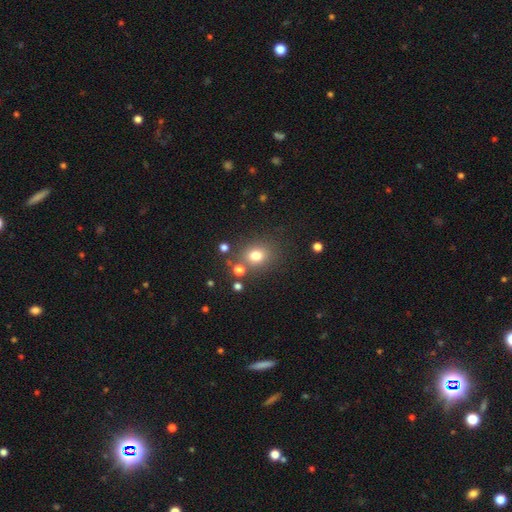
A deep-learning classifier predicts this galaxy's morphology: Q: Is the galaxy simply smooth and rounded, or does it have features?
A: smooth — 75%.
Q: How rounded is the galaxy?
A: round — 72%.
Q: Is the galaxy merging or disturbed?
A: none — 75%.